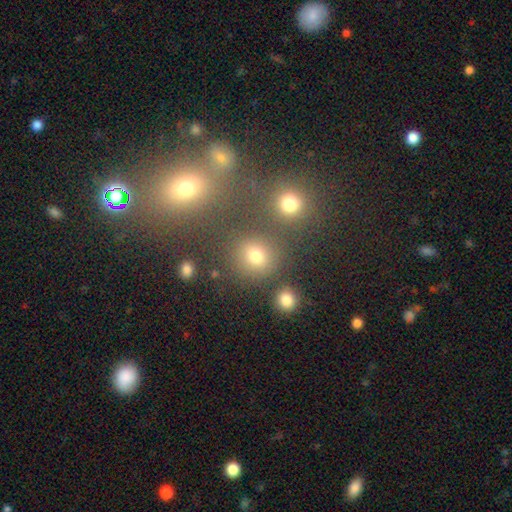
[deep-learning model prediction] Smooth or featured? smooth (72%)
How rounded? round (86%)
Merging? none (80%)